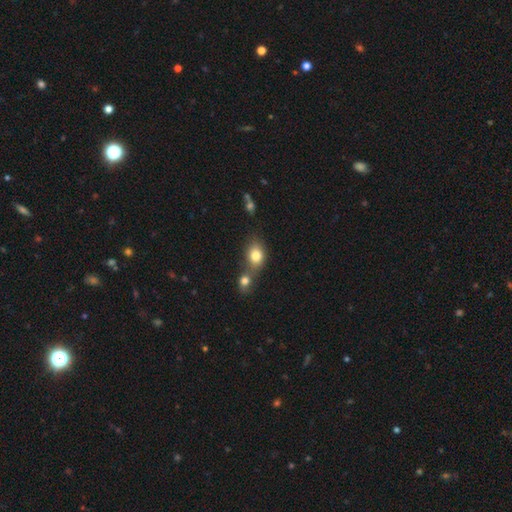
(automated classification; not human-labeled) A smooth galaxy with no disk features (80%) that is in between round and cigar-shaped (60%). Merging: merger (51%).